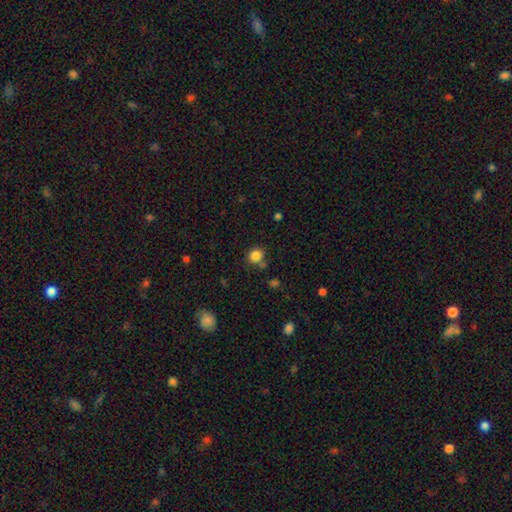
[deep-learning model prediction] The model was most divided on "merging": none: 74%, minor disturbance: 12%, merger: 10%, major disturbance: 4%. More confident: how rounded — round (85%); smooth or featured — smooth (84%).